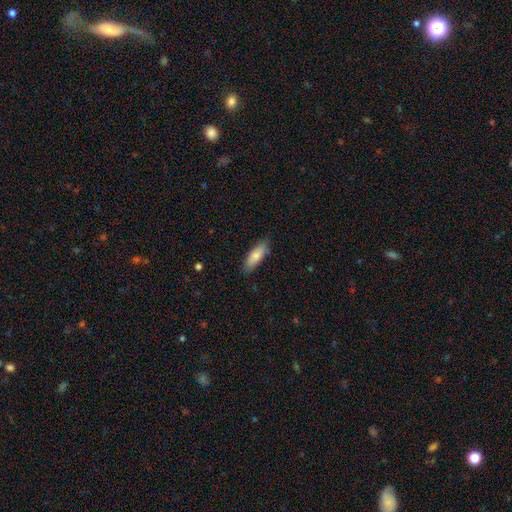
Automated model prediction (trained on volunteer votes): Q: Smooth or featured?
A: smooth (78%); runner-up: featured or disk (16%)
Q: How rounded?
A: in between (53%); runner-up: cigar-shaped (45%)
Q: Merging?
A: none (83%); runner-up: minor disturbance (13%)